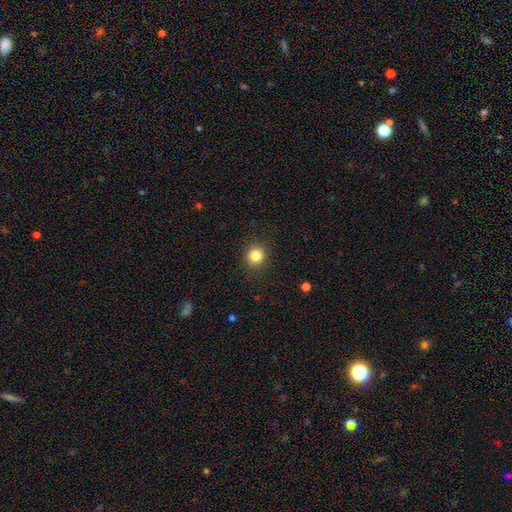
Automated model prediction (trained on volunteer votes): A smooth galaxy with no disk features (83%) that is round (90%). Merging: none (90%).